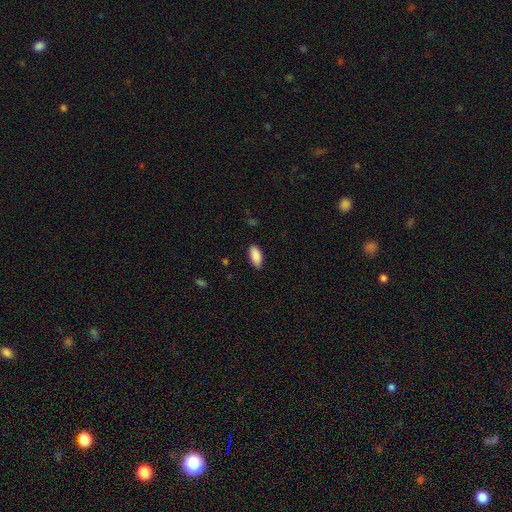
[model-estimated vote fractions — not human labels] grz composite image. It shows a smooth galaxy with no disk features (90%) that is in between round and cigar-shaped (89%). Merging: none (83%).